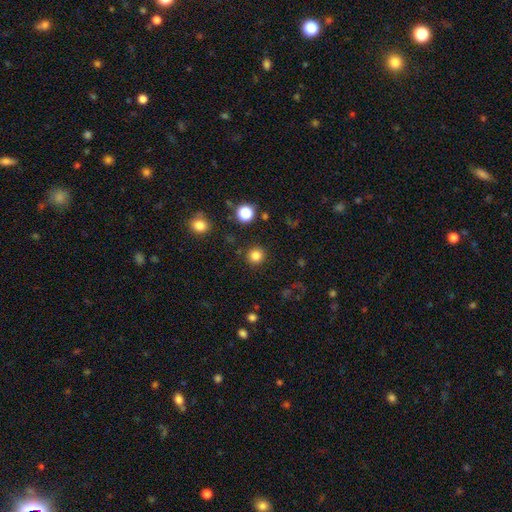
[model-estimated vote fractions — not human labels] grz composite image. It shows a smooth galaxy with no disk features (82%) that is round (93%). Merging: none (91%).